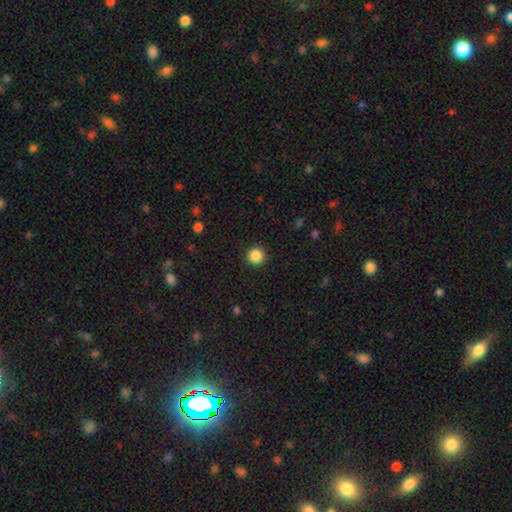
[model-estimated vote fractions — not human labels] Smooth or featured? smooth (86%)
How rounded? round (96%)
Merging? none (93%)